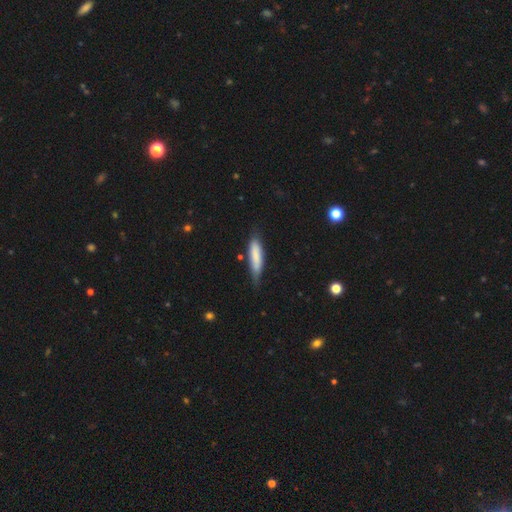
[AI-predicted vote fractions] Morphology: type=smooth (78%); roundness=cigar-shaped (72%); merging=none (63%).